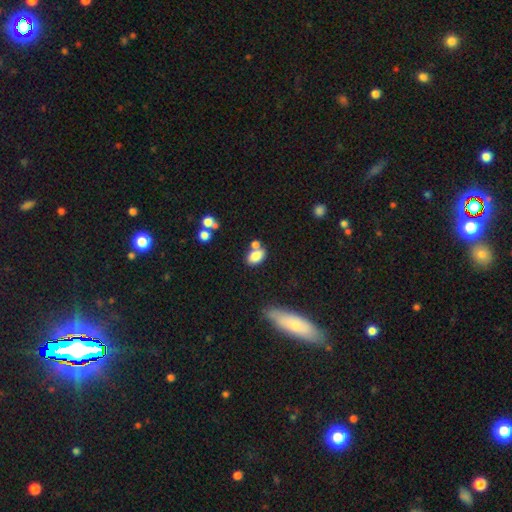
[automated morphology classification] This appears to be a smooth galaxy with no disk features (81%) that is in between round and cigar-shaped (86%). Merging: none (51%).